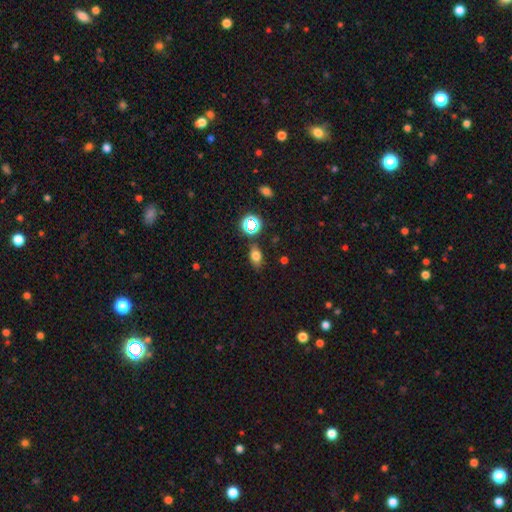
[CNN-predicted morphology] Smooth or featured?
  - smooth: 71% *
  - star or artifact: 18%
  - featured or disk: 11%
How rounded?
  - in between: 77% *
  - round: 19%
  - cigar-shaped: 4%
Merging?
  - none: 79% *
  - minor disturbance: 13%
  - merger: 4%
  - major disturbance: 3%